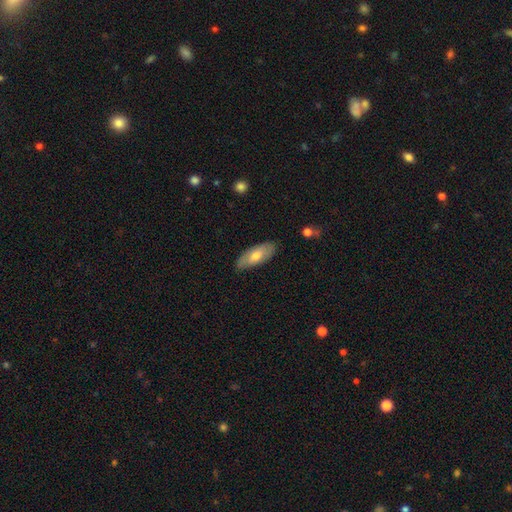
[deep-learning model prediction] This is likely a smooth galaxy (65%). How rounded: likely in between (79%). Merging: clearly none (82%).